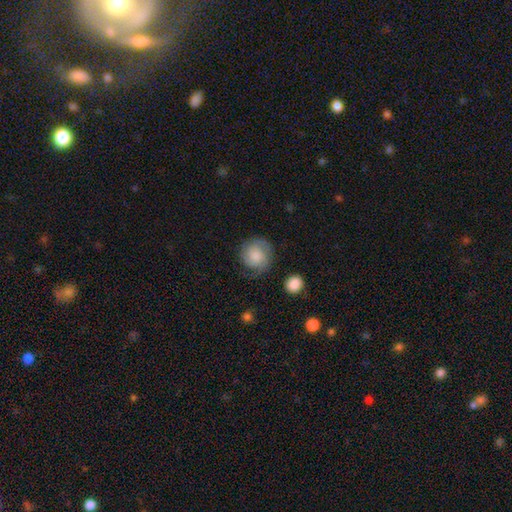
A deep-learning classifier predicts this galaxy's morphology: type=smooth (50%); roundness=round (88%); merging=none (71%).